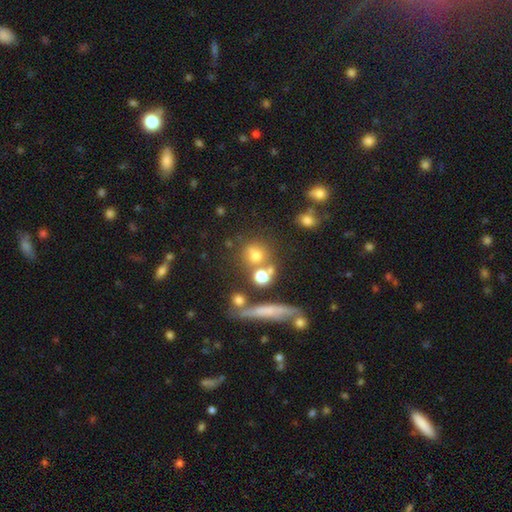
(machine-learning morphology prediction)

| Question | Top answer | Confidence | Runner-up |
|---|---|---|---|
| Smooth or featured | smooth | 63% | star or artifact (20%) |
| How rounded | round | 78% | in between (15%) |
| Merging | none | 62% | merger (20%) |